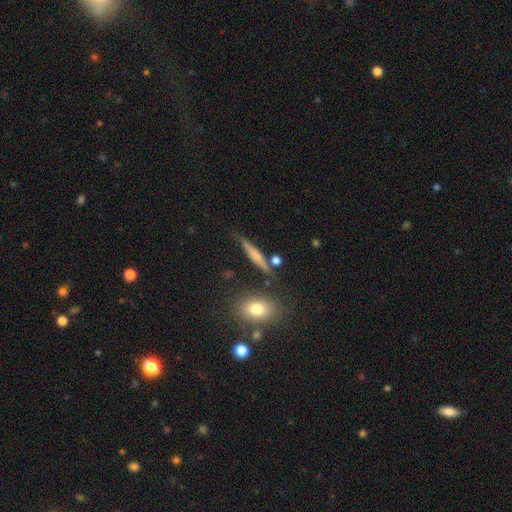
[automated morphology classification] This appears to be a featured or disk galaxy (50%). Merging: none (76%).